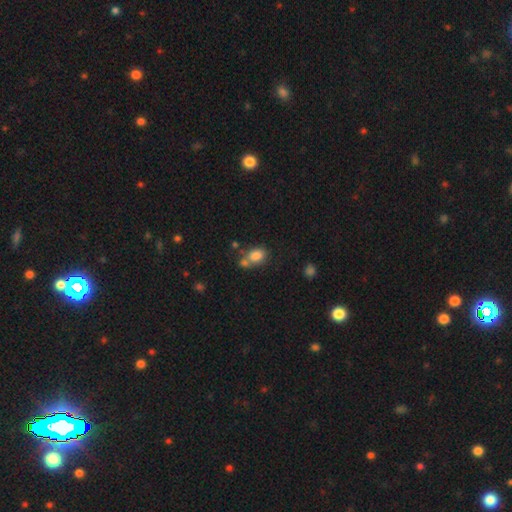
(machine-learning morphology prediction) This appears to be a smooth galaxy with no disk features (82%) that is in between round and cigar-shaped (69%). Merging: none (48%).